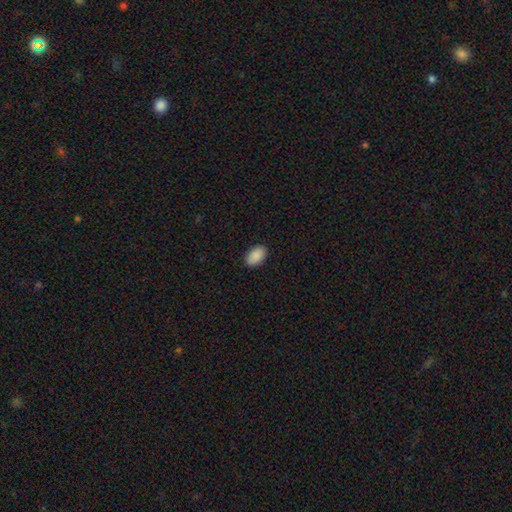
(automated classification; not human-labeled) This appears to be a smooth galaxy with no disk features (90%) that is in between round and cigar-shaped (92%). Merging: none (90%).